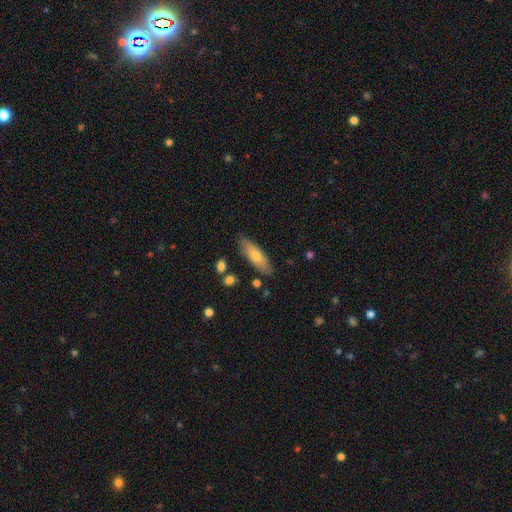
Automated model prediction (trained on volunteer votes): smooth 66%, featured or disk 27%, star or artifact 6%. Down the decision tree: how rounded — cigar-shaped (51%); merging — none (84%).